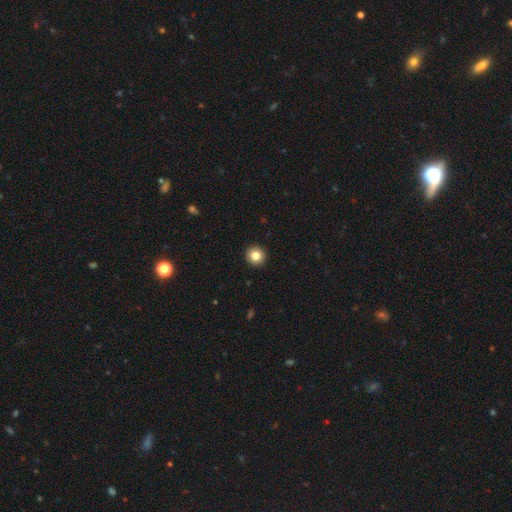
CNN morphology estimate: smooth_or_featured: smooth (p=0.83) [alt: star or artifact p=0.10]
how_rounded: round (p=0.95) [alt: in between p=0.04]
merging: none (p=0.94) [alt: minor disturbance p=0.04]